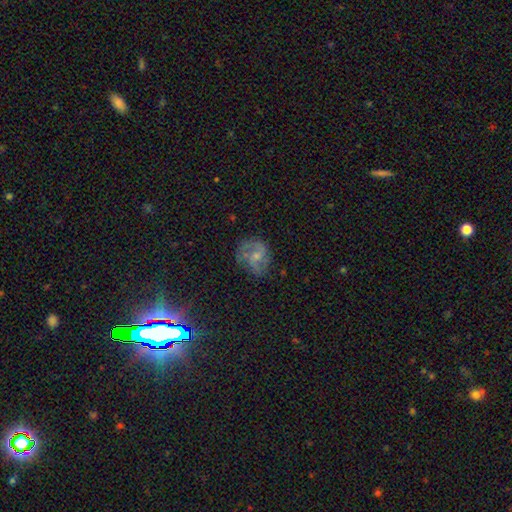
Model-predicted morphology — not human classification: smooth-or-featured: featured or disk: 63% | smooth: 28% | star or artifact: 9%
  disk-edge-on: no: 98% | yes: 2%
    bar: no: 63% | weak: 31% | strong: 5%
    has-spiral-arms: yes: 83% | no: 17%
      spiral-winding: medium: 48% | loose: 30% | tight: 22%
      spiral-arm-count: 2: 63% | can't tell: 17% | 3: 10% | 1: 5% | 4: 3% | more than 4: 2%
    bulge-size: small: 55% | moderate: 34% | none: 9% | large: 2% | dominant: 1%
  merging: none: 61% | minor disturbance: 22% | major disturbance: 15% | merger: 2%